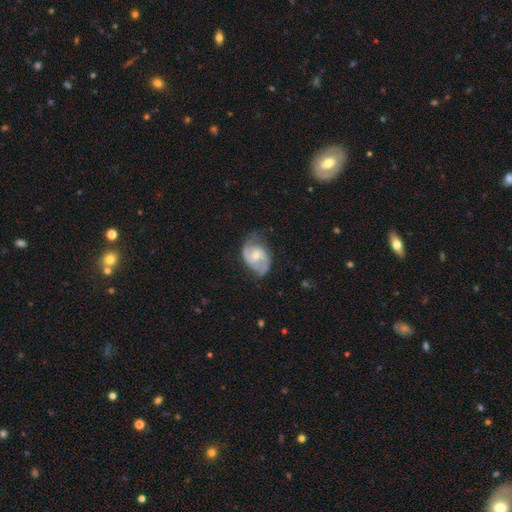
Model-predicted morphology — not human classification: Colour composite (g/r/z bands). It shows a featured or disk galaxy (79%) with no bar (57%), 2 (85%) medium (49%) spiral arms (93%) and a moderate central bulge (53%). Merging: none (63%).